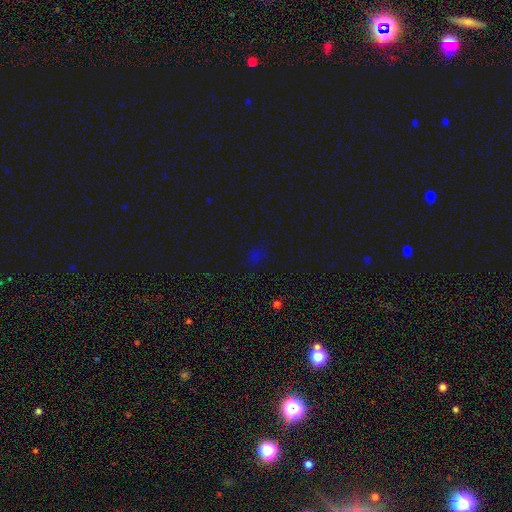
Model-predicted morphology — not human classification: This is possibly a star or artifact rather than a galaxy (51%).